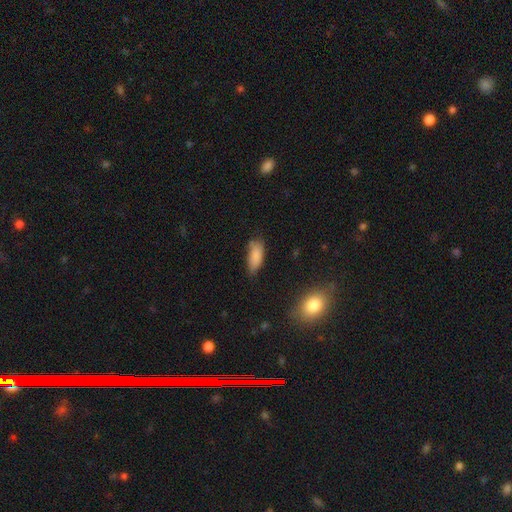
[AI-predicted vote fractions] smooth 84%, star or artifact 8%, featured or disk 8%. Down the decision tree: how rounded — in between (80%); merging — none (60%).